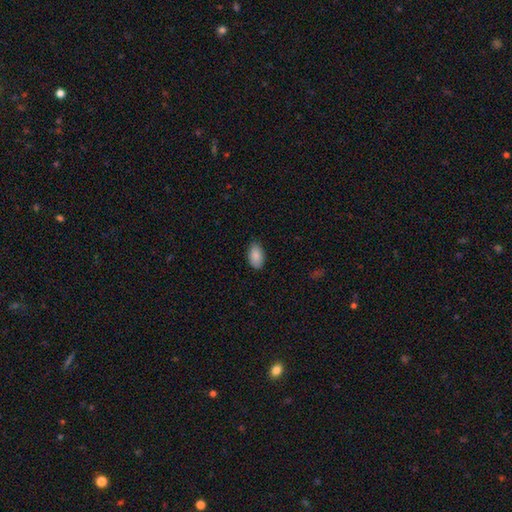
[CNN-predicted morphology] smooth_or_featured: smooth (p=0.88) [alt: star or artifact p=0.07]
how_rounded: in between (p=0.94) [alt: round p=0.04]
merging: none (p=0.82) [alt: minor disturbance p=0.15]